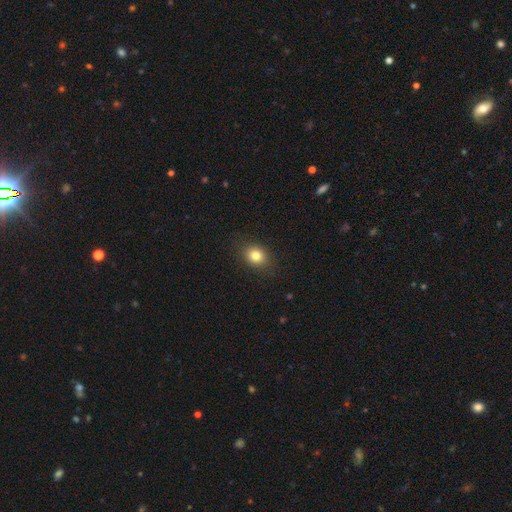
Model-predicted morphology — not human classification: Smooth or featured? smooth (81%)
How rounded? round (56%)
Merging? none (86%)